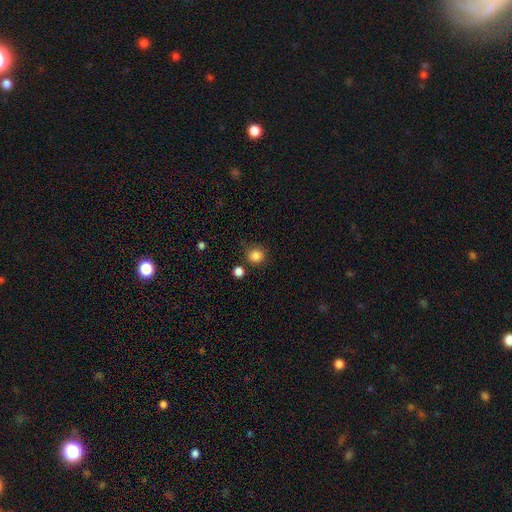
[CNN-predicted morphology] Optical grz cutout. It shows a smooth galaxy with no disk features (85%) that is round (91%). Merging: none (80%).